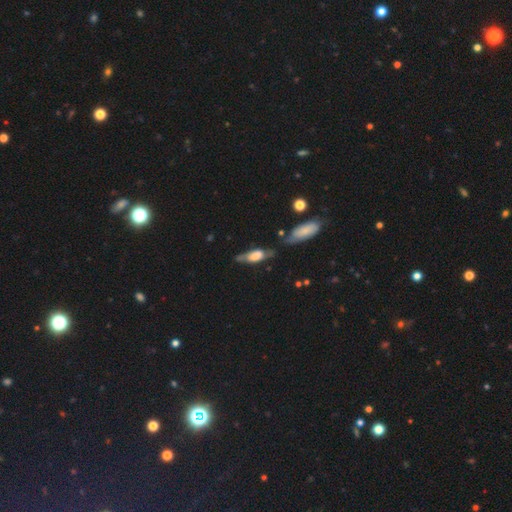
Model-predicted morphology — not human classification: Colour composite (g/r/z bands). It shows a featured or disk galaxy (51%) viewed edge-on (57%). Merging: none (52%).